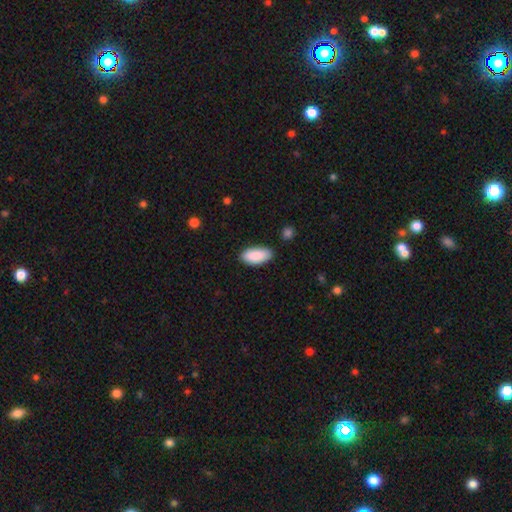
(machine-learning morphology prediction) The model was most divided on "merging": none: 85%, minor disturbance: 11%, major disturbance: 2%, merger: 2%. More confident: how rounded — in between (91%); smooth or featured — smooth (89%).